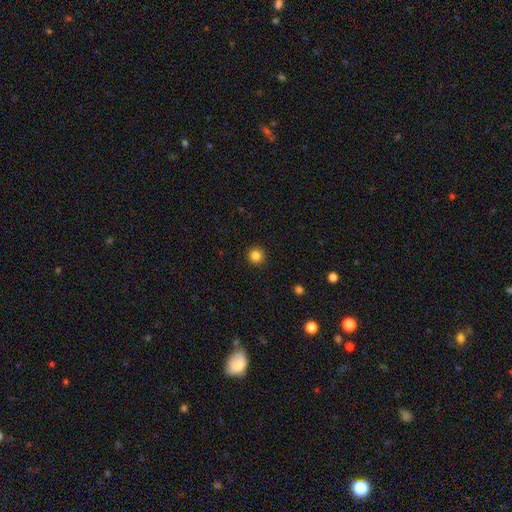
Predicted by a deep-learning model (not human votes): Morphology: type=smooth (84%); roundness=round (94%); merging=none (93%).